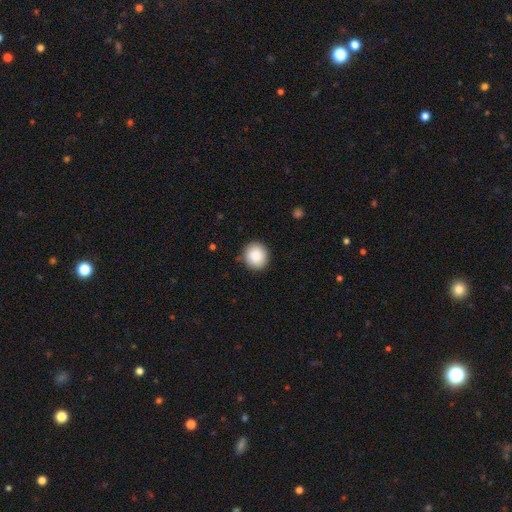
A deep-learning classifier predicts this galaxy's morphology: A smooth galaxy with no disk features (89%) that is round (87%). Merging: none (88%).